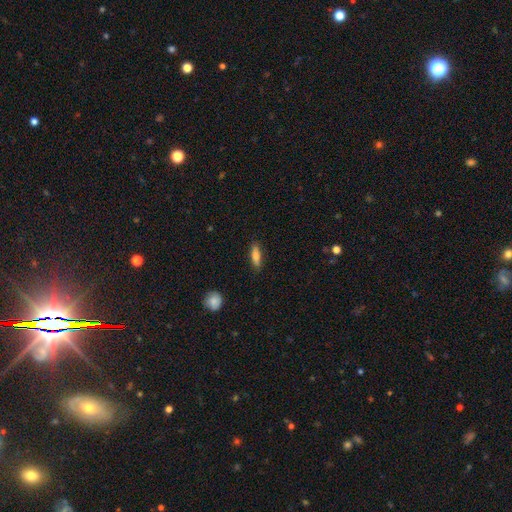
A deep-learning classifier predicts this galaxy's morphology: Smooth or featured?
  - smooth: 75% *
  - featured or disk: 19%
  - star or artifact: 6%
How rounded?
  - cigar-shaped: 56% *
  - in between: 41%
  - round: 2%
Merging?
  - none: 87% *
  - minor disturbance: 10%
  - major disturbance: 2%
  - merger: 1%